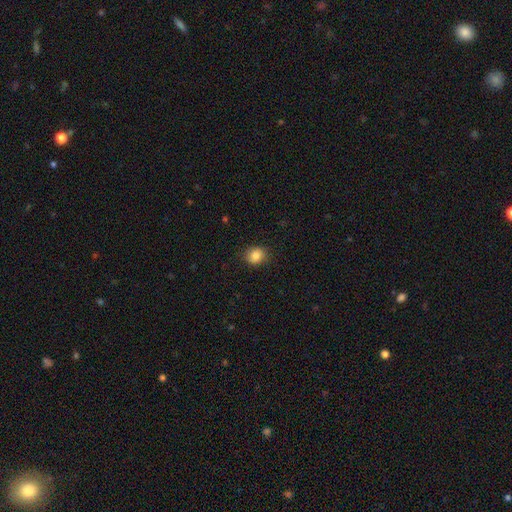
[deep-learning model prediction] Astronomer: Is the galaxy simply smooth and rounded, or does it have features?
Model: smooth — 85%.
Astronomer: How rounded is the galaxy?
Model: round — 70%.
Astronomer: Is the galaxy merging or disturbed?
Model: none — 85%.